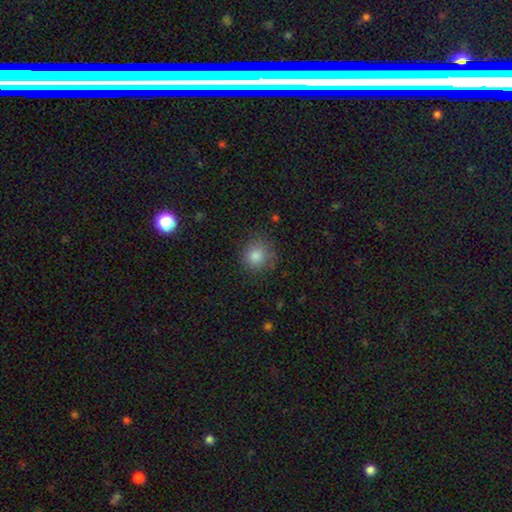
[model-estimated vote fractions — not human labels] This appears to be a smooth galaxy with no disk features (84%) that is round (87%). Merging: none (80%).